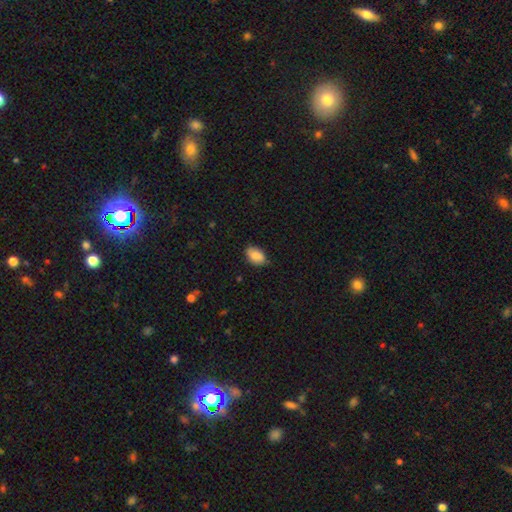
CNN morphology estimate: Overall: smooth (85%). How rounded: in between (88%). Merging: none (76%).